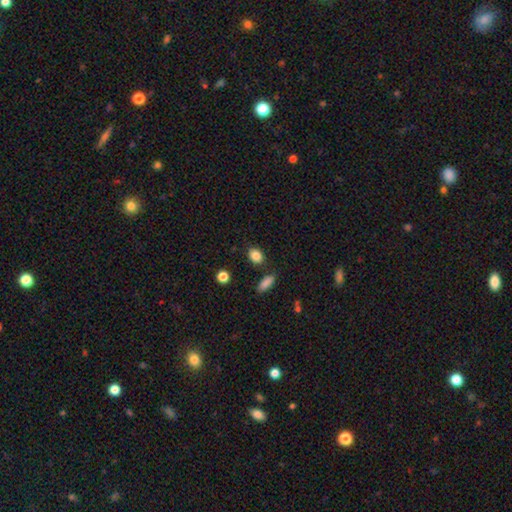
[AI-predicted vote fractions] This is clearly a smooth galaxy (86%). How rounded: likely in between (65%). Merging: clearly none (82%).